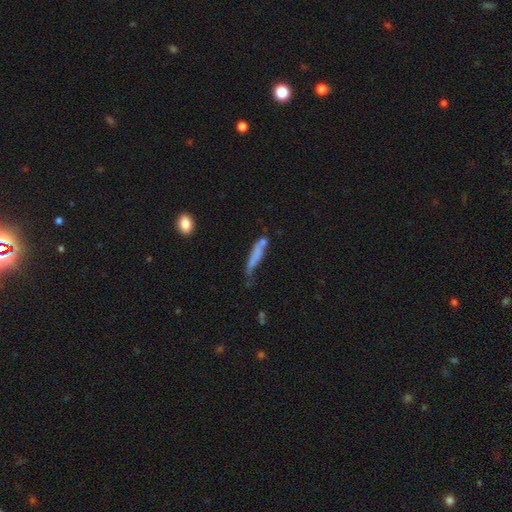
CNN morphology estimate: Q: Smooth or featured?
A: smooth (63%); runner-up: featured or disk (28%)
Q: How rounded?
A: cigar-shaped (78%); runner-up: in between (19%)
Q: Merging?
A: none (36%); runner-up: minor disturbance (26%)